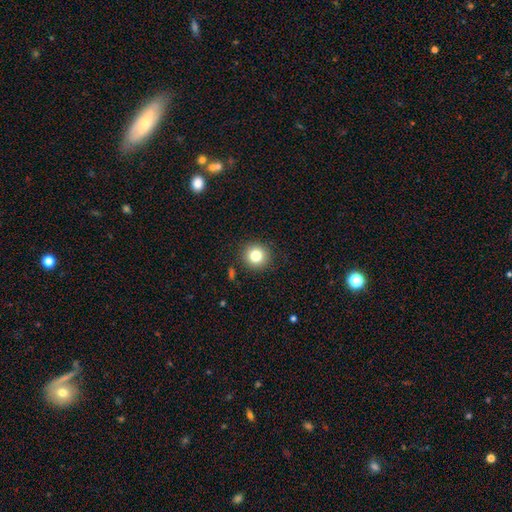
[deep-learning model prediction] smooth-or-featured: smooth: 81% | star or artifact: 11% | featured or disk: 7%
  how-rounded: round: 93% | in between: 6% | cigar-shaped: 1%
  merging: none: 90% | minor disturbance: 6% | major disturbance: 2% | merger: 1%